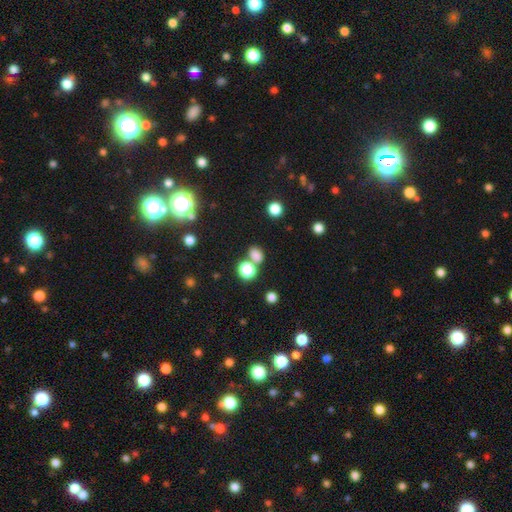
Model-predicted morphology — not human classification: type=smooth (74%); roundness=in between (56%); merging=none (54%).